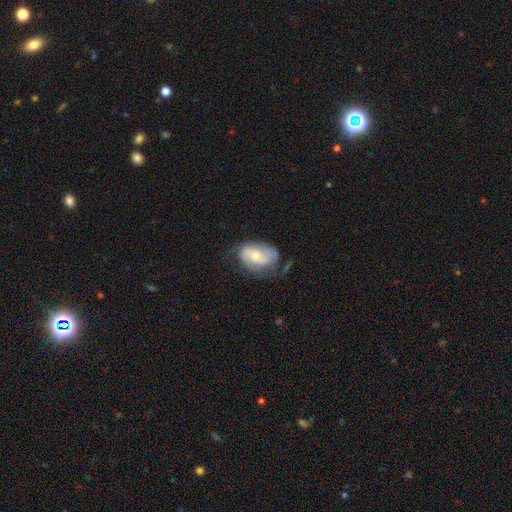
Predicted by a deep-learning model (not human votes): Smooth or featured?
  - featured or disk: 52% *
  - smooth: 41%
  - star or artifact: 7%
Edge-on disk?
  - no: 95% *
  - yes: 5%
Merging?
  - none: 50% *
  - minor disturbance: 31%
  - major disturbance: 16%
  - merger: 3%